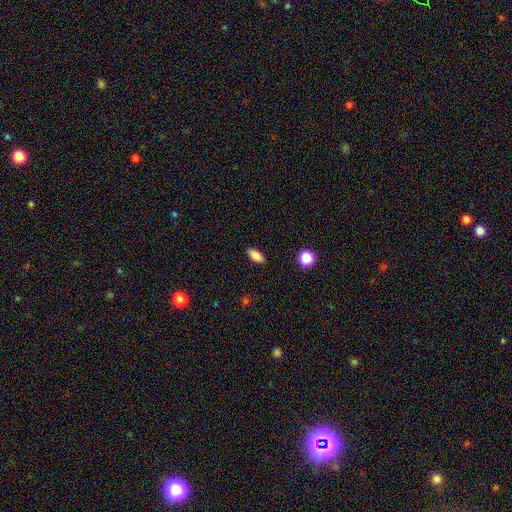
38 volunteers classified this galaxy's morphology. Q: Smooth or featured?
A: smooth (87%); runner-up: star or artifact (8%)
Q: How rounded?
A: in between (91%); runner-up: round (6%)
Q: Merging?
A: none (91%); runner-up: minor disturbance (6%)